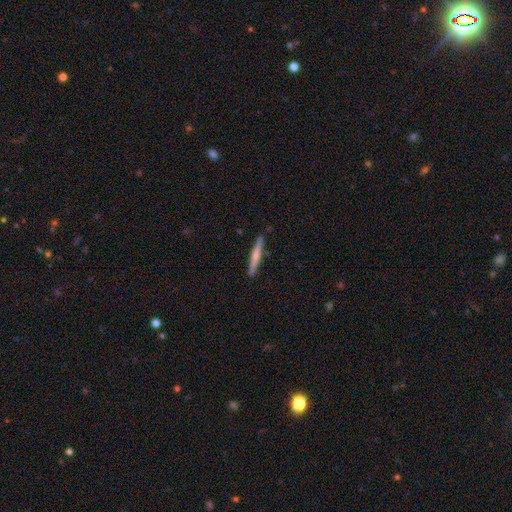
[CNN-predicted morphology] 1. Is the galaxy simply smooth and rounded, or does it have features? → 55% smooth, 40% featured or disk, 5% star or artifact.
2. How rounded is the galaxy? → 95% cigar-shaped, 3% in between, 1% round.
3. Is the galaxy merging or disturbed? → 89% none, 8% minor disturbance, 2% merger, 1% major disturbance.